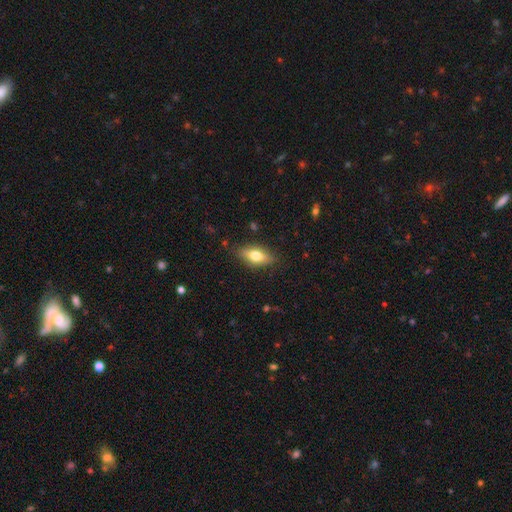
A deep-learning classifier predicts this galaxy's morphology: Smooth or featured: smooth — 67% (featured or disk — 26%)
How rounded: in between — 77% (cigar-shaped — 19%)
Merging: none — 84% (minor disturbance — 12%)